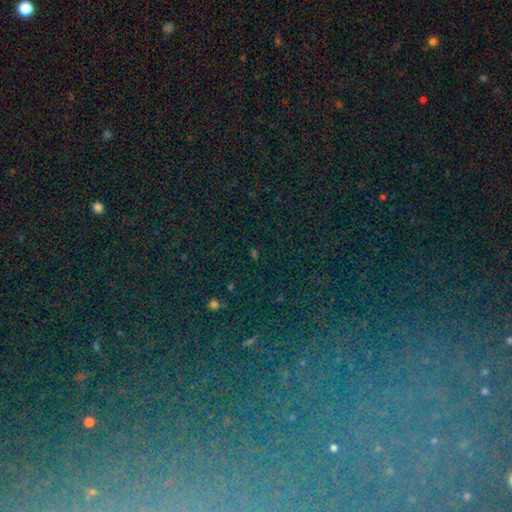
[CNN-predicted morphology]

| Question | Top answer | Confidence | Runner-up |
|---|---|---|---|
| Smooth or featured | star or artifact | 71% | featured or disk (14%) |